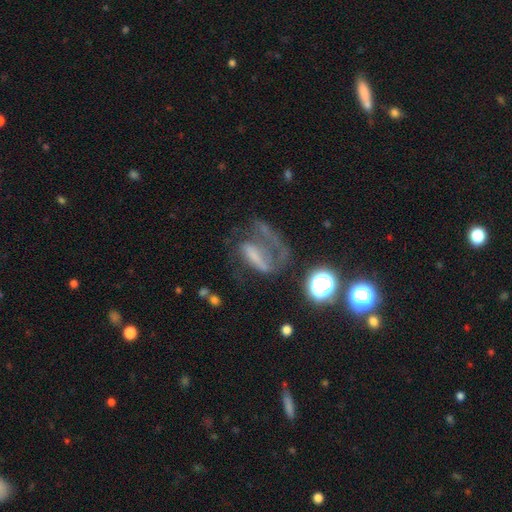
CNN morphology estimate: featured or disk 59%, smooth 26%, star or artifact 16%. Down the decision tree: edge-on disk — no (91%); bar — no (38%); spiral arms — yes (61%); bulge size — none (45%); merging — major disturbance (51%).